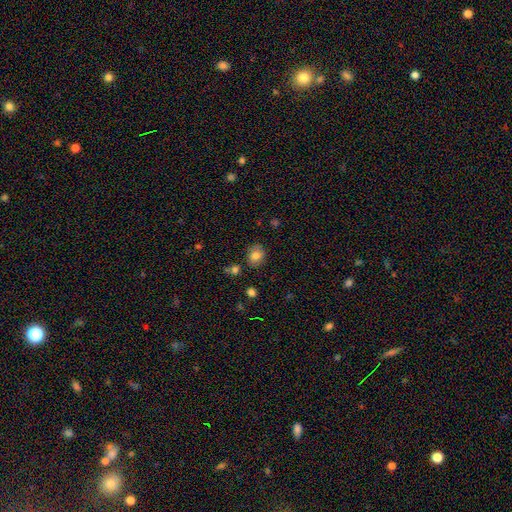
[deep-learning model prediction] This appears to be a smooth galaxy with no disk features (81%) that is round (56%). Merging: none (80%).